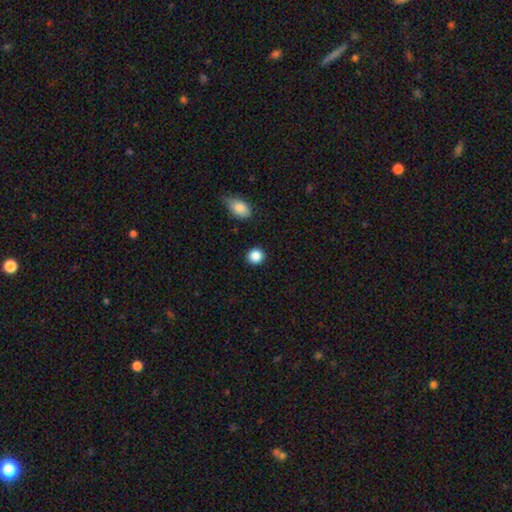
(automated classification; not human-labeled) This appears to be a smooth galaxy with no disk features (88%) that is round (88%). Merging: none (91%).